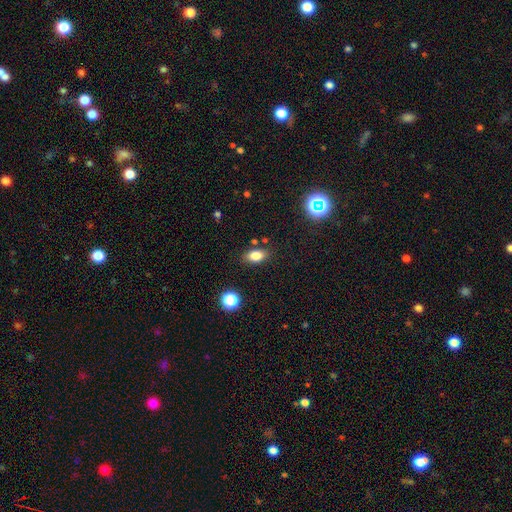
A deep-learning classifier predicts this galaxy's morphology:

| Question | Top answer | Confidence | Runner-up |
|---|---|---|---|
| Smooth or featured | smooth | 80% | star or artifact (11%) |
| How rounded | in between | 86% | round (10%) |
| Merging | none | 82% | minor disturbance (11%) |